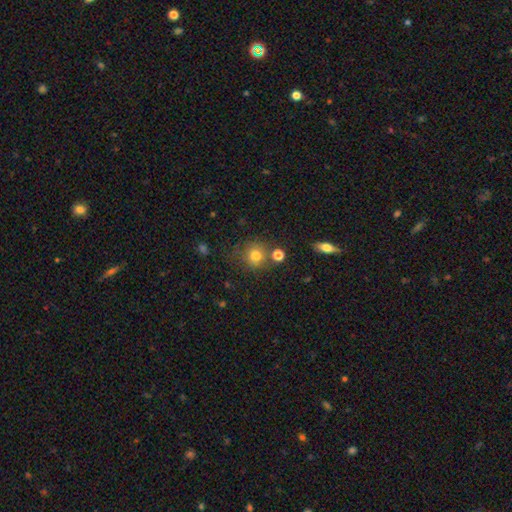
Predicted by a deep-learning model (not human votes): Smooth or featured?
  - smooth: 78% *
  - star or artifact: 13%
  - featured or disk: 9%
How rounded?
  - round: 88% *
  - in between: 11%
  - cigar-shaped: 1%
Merging?
  - none: 70% *
  - minor disturbance: 13%
  - merger: 11%
  - major disturbance: 5%